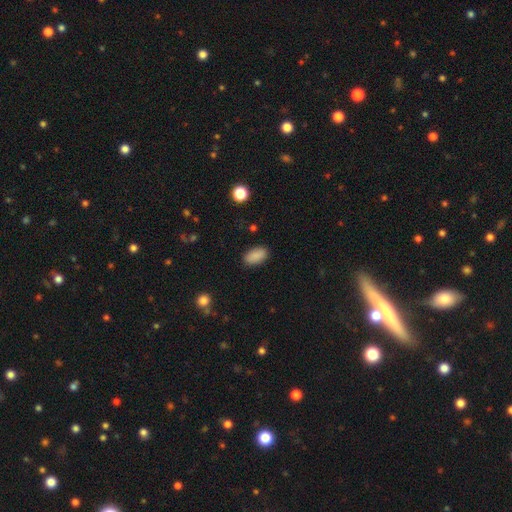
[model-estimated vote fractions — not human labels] Overall: smooth (89%). How rounded: in between (93%). Merging: none (88%).